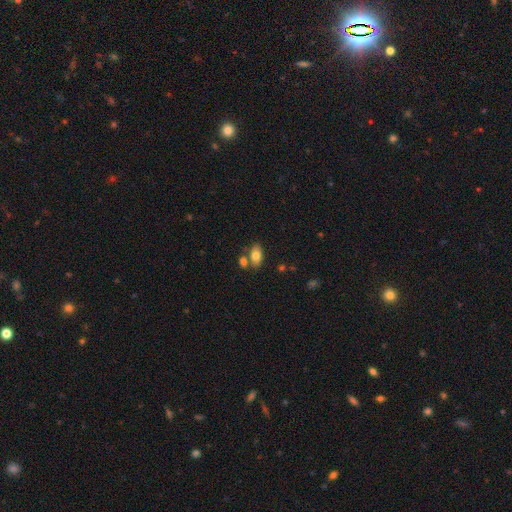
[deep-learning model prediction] smooth_or_featured: smooth (p=0.79) [alt: featured or disk p=0.14]
how_rounded: in between (p=0.91) [alt: round p=0.07]
merging: none (p=0.63) [alt: merger p=0.21]